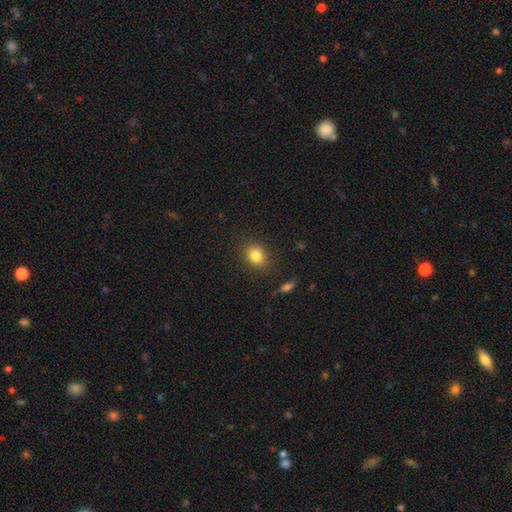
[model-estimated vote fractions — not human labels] A smooth galaxy with no disk features (82%) that is round (60%). Merging: none (86%).